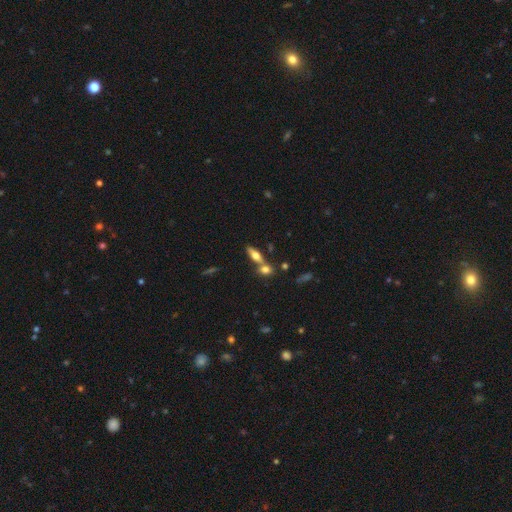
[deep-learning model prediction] This is possibly a smooth galaxy (51%). How rounded: possibly in between (56%). Merging: possibly none (52%).